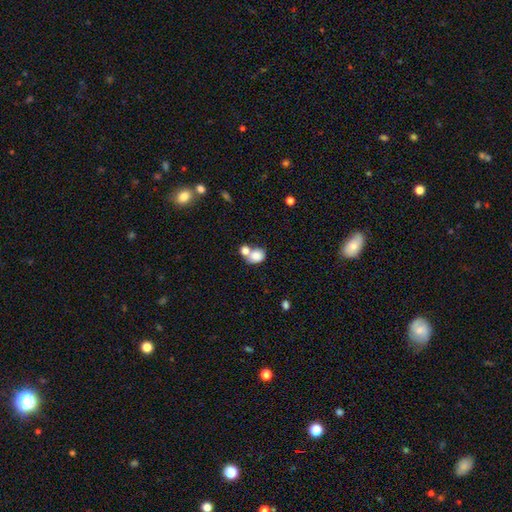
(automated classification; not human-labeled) smooth 80%, featured or disk 11%, star or artifact 9%. Down the decision tree: how rounded — round (55%); merging — merger (55%).